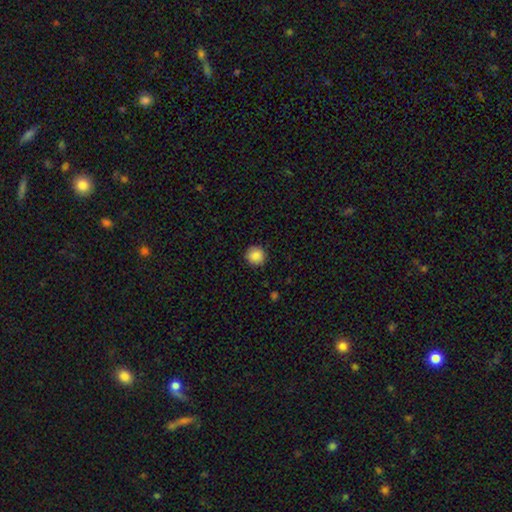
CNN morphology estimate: A smooth galaxy with no disk features (88%) that is round (94%).

Vote fractions:
- Smooth or featured? smooth: 88% / star or artifact: 9% / featured or disk: 3%
- How rounded? round: 94% / in between: 5% / cigar-shaped: 1%
- Merging? none: 91% / minor disturbance: 6% / major disturbance: 2% / merger: 1%